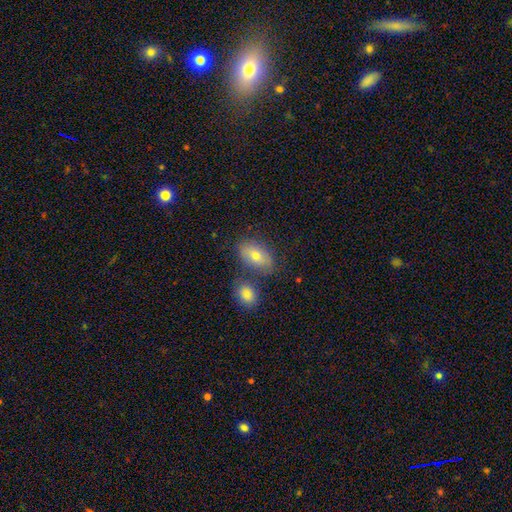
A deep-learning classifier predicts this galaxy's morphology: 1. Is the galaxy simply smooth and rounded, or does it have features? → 74% smooth, 18% featured or disk, 8% star or artifact.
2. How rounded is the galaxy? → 90% in between, 7% round, 3% cigar-shaped.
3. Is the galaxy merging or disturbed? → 67% none, 16% merger, 13% minor disturbance, 4% major disturbance.